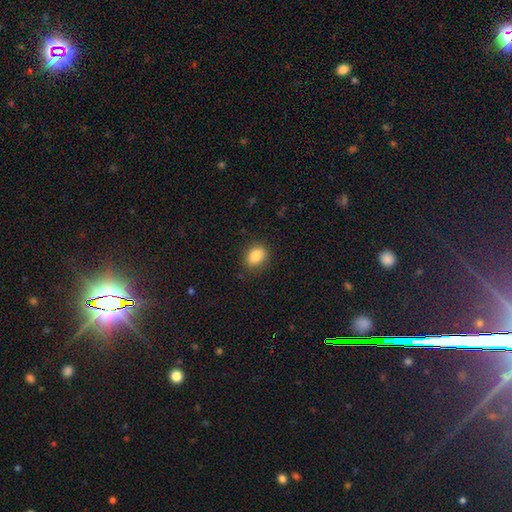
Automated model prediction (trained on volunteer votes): Smooth or featured? smooth (85%)
How rounded? in between (55%)
Merging? none (85%)